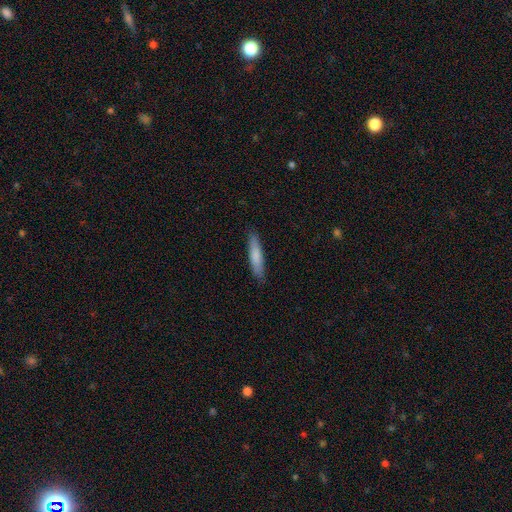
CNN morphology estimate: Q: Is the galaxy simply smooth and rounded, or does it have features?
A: smooth — 79%.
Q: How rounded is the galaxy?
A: cigar-shaped — 86%.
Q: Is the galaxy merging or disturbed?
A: none — 88%.